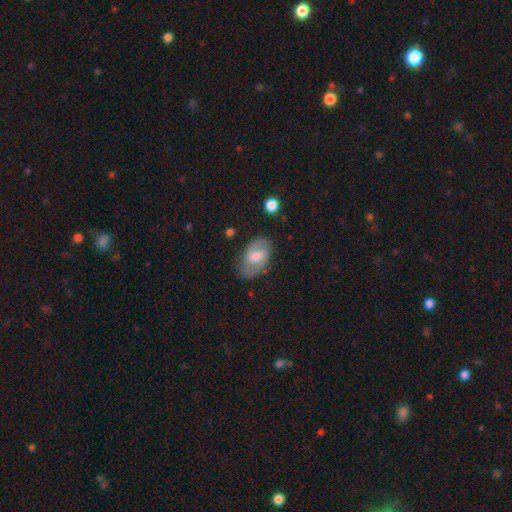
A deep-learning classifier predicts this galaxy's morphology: smooth_or_featured: featured or disk (p=0.57) [alt: smooth p=0.35]
disk_edge_on: no (p=0.94) [alt: yes p=0.06]
bar: weak (p=0.53) [alt: no p=0.30]
has_spiral_arms: yes (p=0.77) [alt: no p=0.23]
bulge_size: moderate (p=0.64) [alt: small p=0.26]
merging: none (p=0.78) [alt: minor disturbance p=0.16]